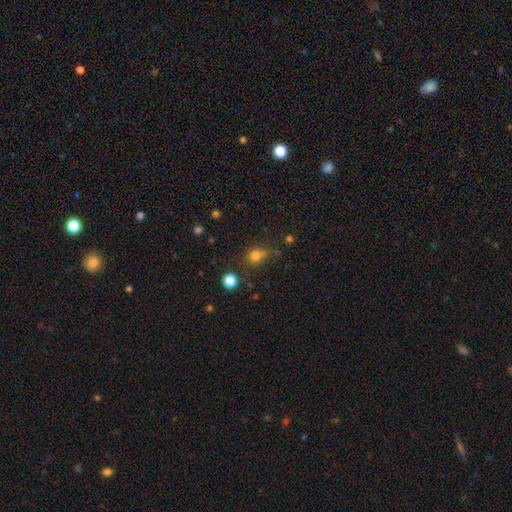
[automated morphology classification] Smooth or featured: smooth — 76% (star or artifact — 16%)
How rounded: round — 77% (in between — 21%)
Merging: none — 57% (minor disturbance — 19%)